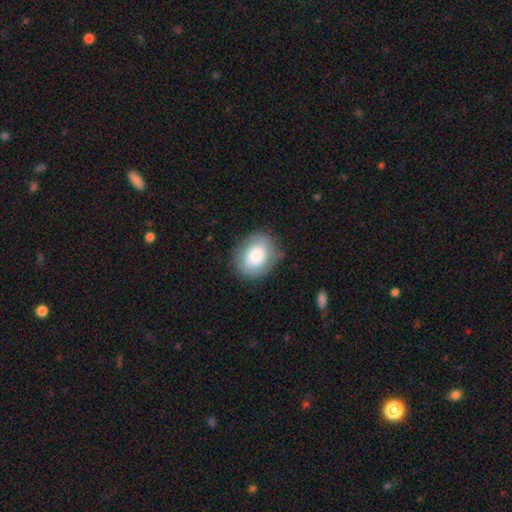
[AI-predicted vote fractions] Overall: smooth (77%). How rounded: in between (51%; round 48%). Merging: none (80%).